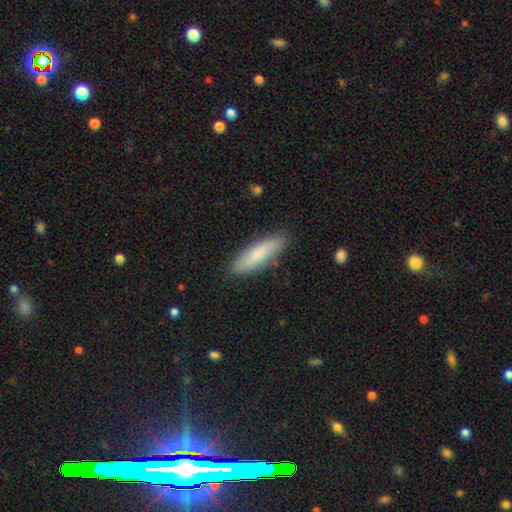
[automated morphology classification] Smooth or featured: smooth — 78% (featured or disk — 16%)
How rounded: cigar-shaped — 68% (in between — 31%)
Merging: none — 87% (minor disturbance — 10%)